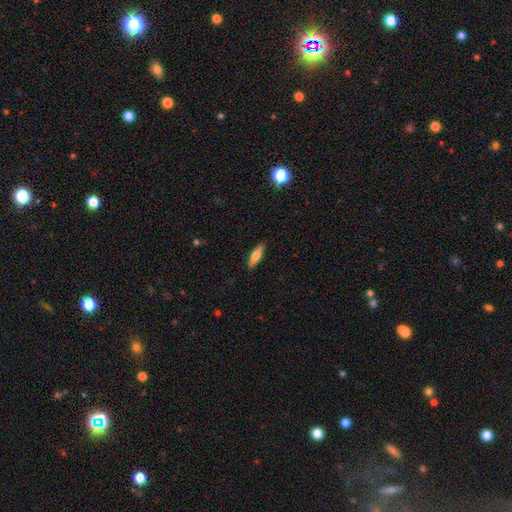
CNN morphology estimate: Smooth or featured?
  - smooth: 56% *
  - featured or disk: 38%
  - star or artifact: 6%
How rounded?
  - cigar-shaped: 63% *
  - in between: 34%
  - round: 2%
Merging?
  - none: 89% *
  - minor disturbance: 8%
  - major disturbance: 2%
  - merger: 1%